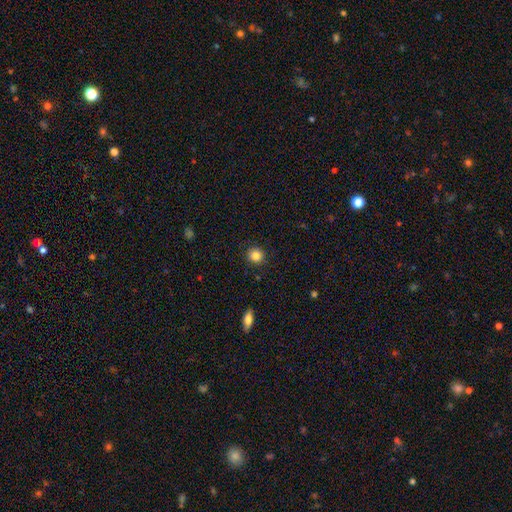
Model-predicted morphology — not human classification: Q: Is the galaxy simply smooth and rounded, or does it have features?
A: smooth — 85%.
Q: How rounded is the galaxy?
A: round — 90%.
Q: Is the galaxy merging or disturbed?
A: none — 90%.